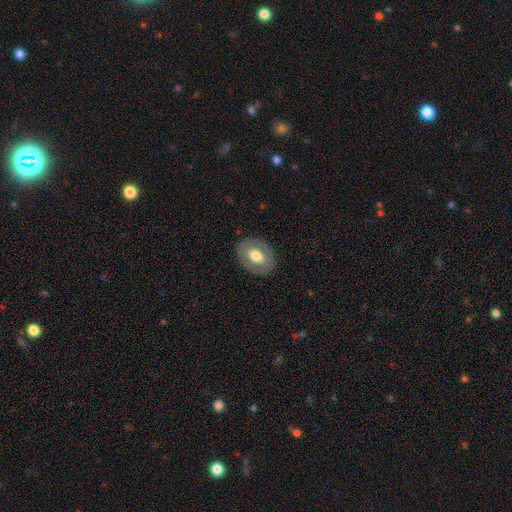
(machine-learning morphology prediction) This is possibly a smooth galaxy (54%). How rounded: likely in between (72%). Merging: clearly none (83%).